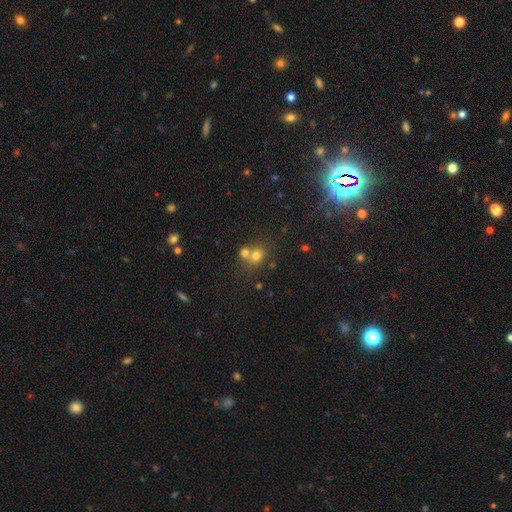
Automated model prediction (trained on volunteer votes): smooth 70%, star or artifact 17%, featured or disk 13%. Down the decision tree: how rounded — round (75%); merging — merger (50%).